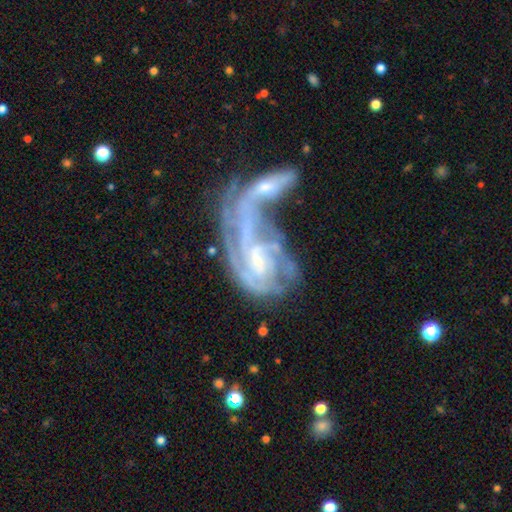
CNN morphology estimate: Smooth or featured? featured or disk (81%)
Edge-on disk? no (95%)
Bar? no (52%)
Spiral arms? yes (85%)
Spiral winding? tight (48%)
Spiral arm count? can't tell (43%)
Bulge size? small (55%)
Merging? merger (66%)